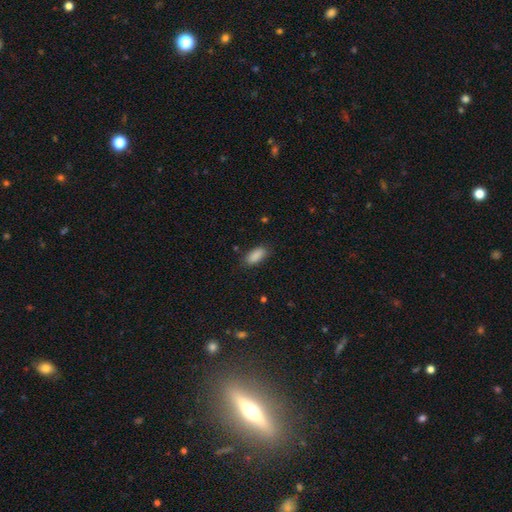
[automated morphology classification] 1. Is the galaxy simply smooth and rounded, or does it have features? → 89% smooth, 7% star or artifact, 4% featured or disk.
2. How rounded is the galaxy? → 87% in between, 11% cigar-shaped, 2% round.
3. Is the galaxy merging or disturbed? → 83% none, 12% minor disturbance, 3% major disturbance, 1% merger.